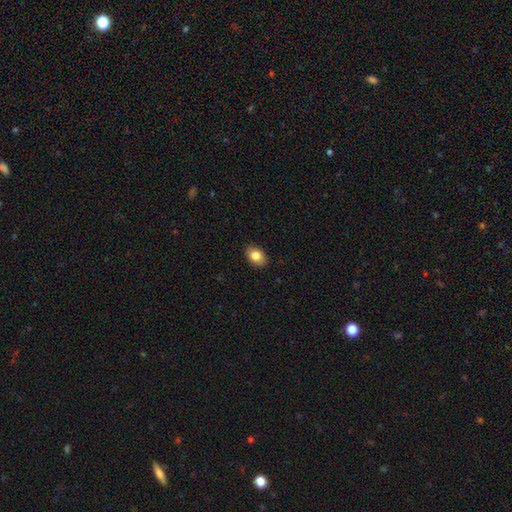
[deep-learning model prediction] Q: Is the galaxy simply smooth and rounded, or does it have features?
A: smooth — 83%.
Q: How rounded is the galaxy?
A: in between — 80%.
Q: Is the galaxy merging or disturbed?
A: none — 89%.